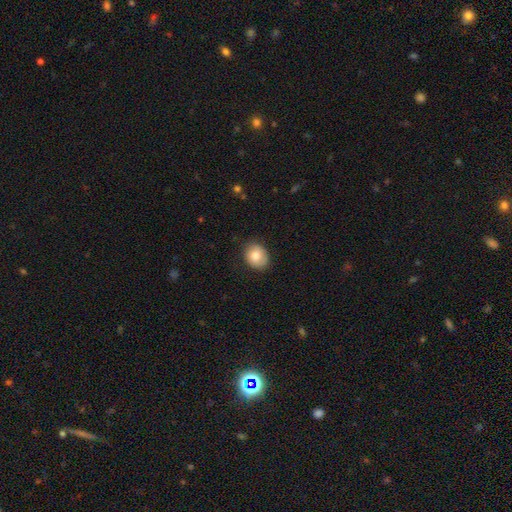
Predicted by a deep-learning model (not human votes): A smooth galaxy with no disk features (82%) that is round (51%).

Vote fractions:
- Smooth or featured? smooth: 82% / featured or disk: 10% / star or artifact: 7%
- How rounded? round: 51% / in between: 48% / cigar-shaped: 1%
- Merging? none: 81% / minor disturbance: 15% / major disturbance: 3% / merger: 1%